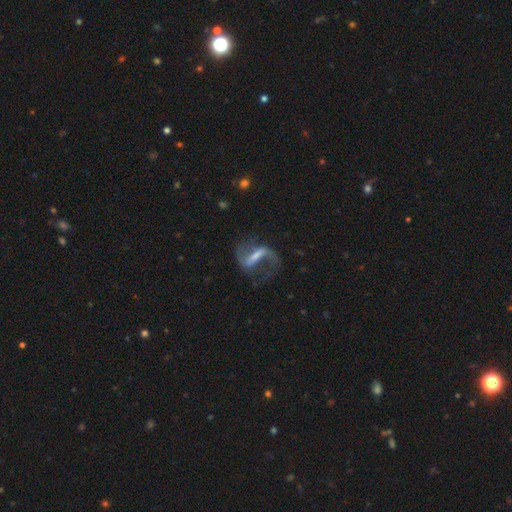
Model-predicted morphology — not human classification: featured or disk 85%, smooth 8%, star or artifact 7%. Down the decision tree: edge-on disk — no (94%); bar — strong (63%); spiral arms — yes (92%); spiral arm count — 2 (86%); spiral winding — loose (64%); bulge size — small (42%); merging — none (62%).